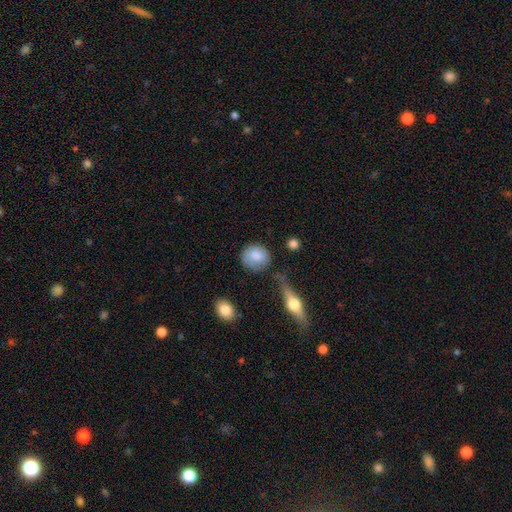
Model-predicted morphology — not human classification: Smooth or featured? Predicted: smooth (p=0.82). How rounded? Predicted: round (p=0.80). Merging? Predicted: none (p=0.69).